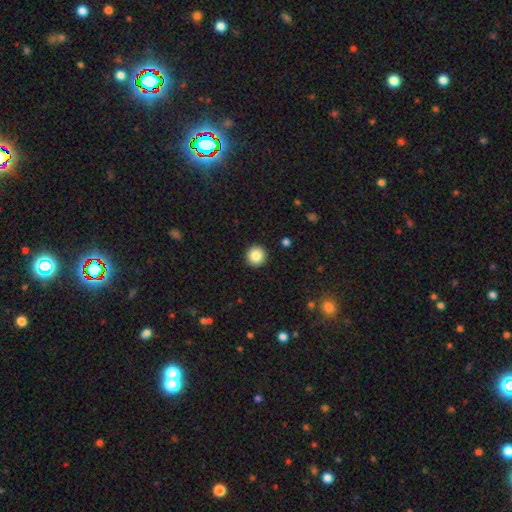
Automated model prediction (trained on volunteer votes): A smooth galaxy with no disk features (85%) that is round (95%).

Vote fractions:
- Smooth or featured? smooth: 85% / star or artifact: 9% / featured or disk: 5%
- How rounded? round: 95% / in between: 4% / cigar-shaped: 1%
- Merging? none: 93% / minor disturbance: 4% / major disturbance: 1% / merger: 1%